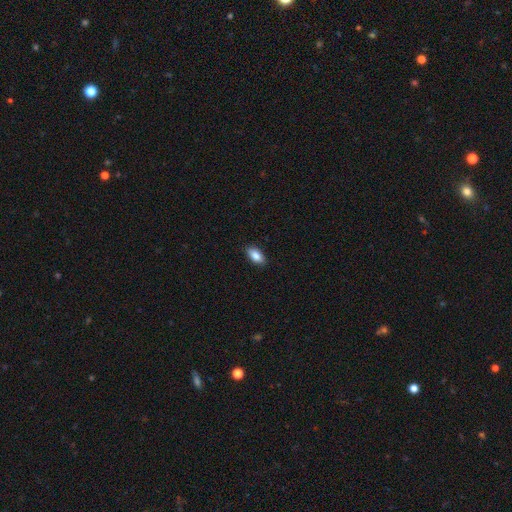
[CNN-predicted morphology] Q: Smooth or featured?
A: smooth (85%); runner-up: featured or disk (8%)
Q: How rounded?
A: in between (91%); runner-up: cigar-shaped (6%)
Q: Merging?
A: none (88%); runner-up: minor disturbance (9%)